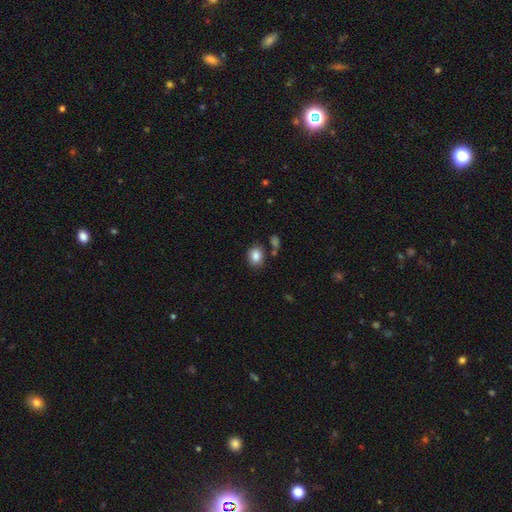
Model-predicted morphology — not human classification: smooth 85%, star or artifact 9%, featured or disk 6%. Down the decision tree: how rounded — in between (54%); merging — none (79%).